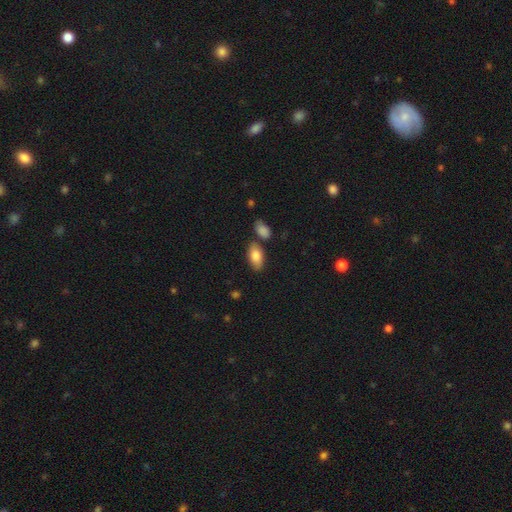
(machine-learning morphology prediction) Smooth or featured: smooth — 82% (featured or disk — 12%)
How rounded: in between — 92% (cigar-shaped — 4%)
Merging: none — 73% (minor disturbance — 13%)